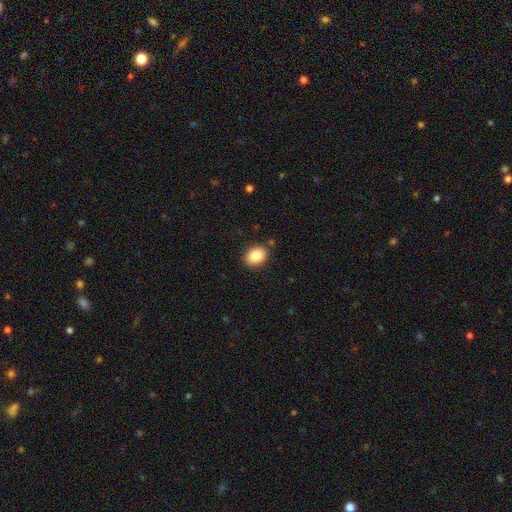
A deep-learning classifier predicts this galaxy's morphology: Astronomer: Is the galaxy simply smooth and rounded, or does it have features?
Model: smooth — 85%.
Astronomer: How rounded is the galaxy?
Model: in between — 64%.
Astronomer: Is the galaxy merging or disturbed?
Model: none — 87%.